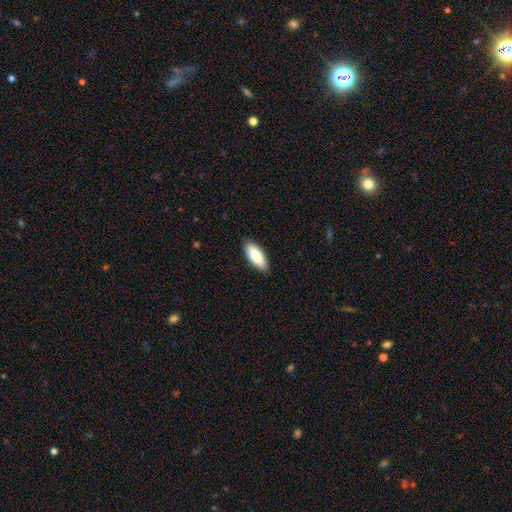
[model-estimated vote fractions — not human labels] This appears to be a smooth galaxy with no disk features (84%) that is in between round and cigar-shaped (77%). Merging: none (89%).